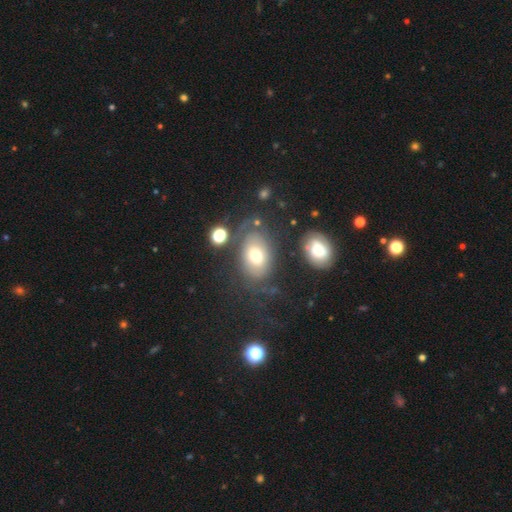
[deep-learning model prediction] Smooth or featured: smooth — 53% (featured or disk — 36%)
How rounded: in between — 80% (round — 19%)
Merging: none — 58% (minor disturbance — 19%)